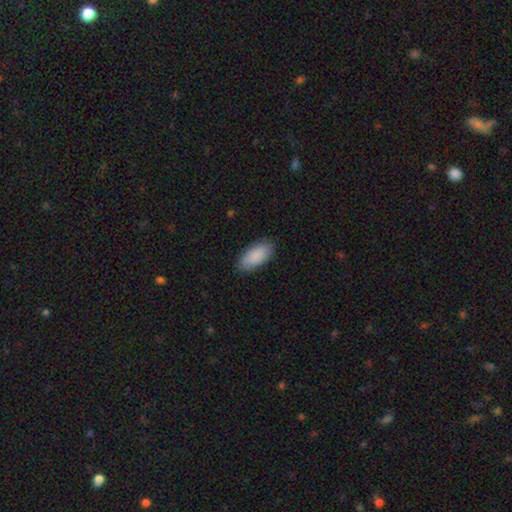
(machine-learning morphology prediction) type=smooth (90%); roundness=in between (92%); merging=none (87%).